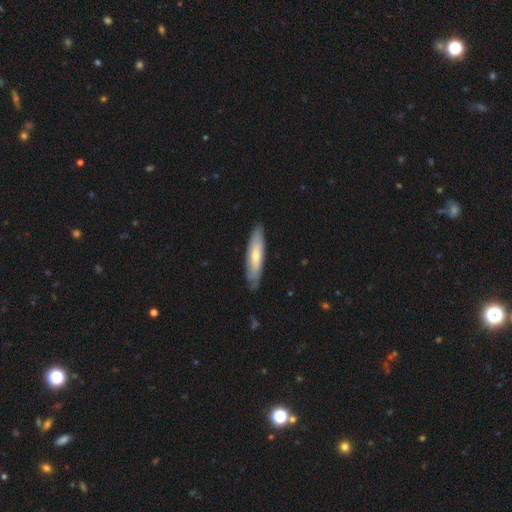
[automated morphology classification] The model was most divided on "smooth or featured": smooth: 54%, featured or disk: 41%, star or artifact: 5%. More confident: merging — none (81%); how rounded — cigar-shaped (75%).